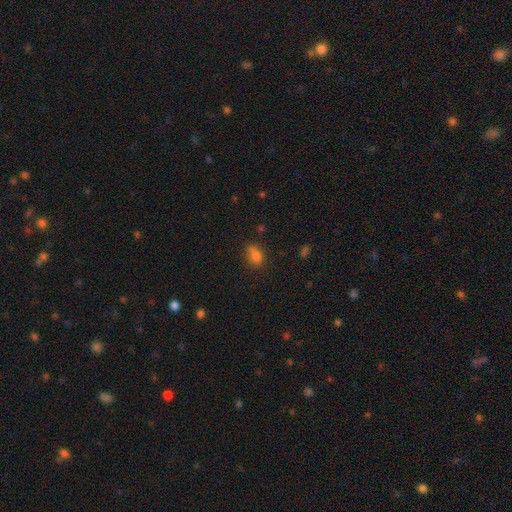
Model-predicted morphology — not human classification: type=smooth (78%); roundness=in between (64%); merging=none (53%).